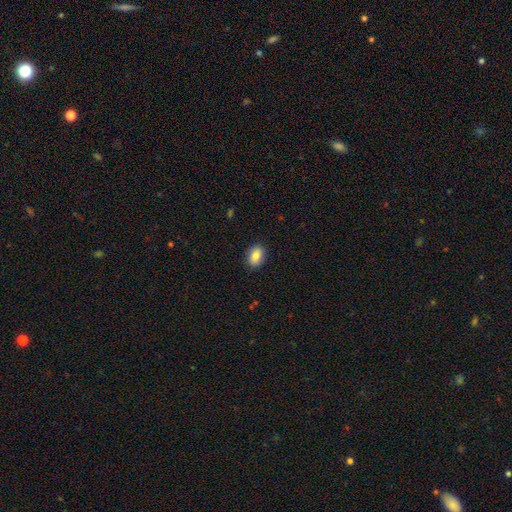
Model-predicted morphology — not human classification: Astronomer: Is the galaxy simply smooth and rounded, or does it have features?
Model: smooth — 83%.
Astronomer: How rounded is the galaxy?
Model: in between — 75%.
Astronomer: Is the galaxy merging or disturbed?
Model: none — 88%.